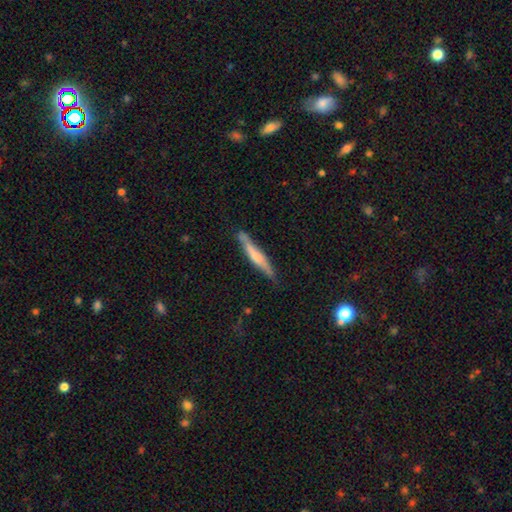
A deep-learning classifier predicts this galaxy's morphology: smooth-or-featured: smooth: 51% | featured or disk: 44% | star or artifact: 6%
  how-rounded: cigar-shaped: 93% | in between: 5% | round: 1%
  merging: none: 77% | minor disturbance: 17% | major disturbance: 3% | merger: 3%